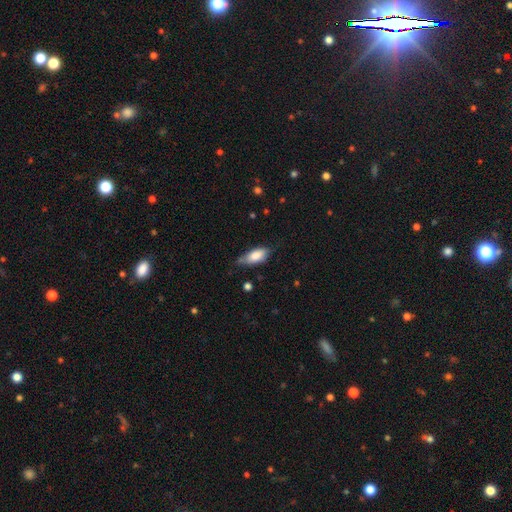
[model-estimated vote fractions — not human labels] smooth-or-featured: smooth: 80% | featured or disk: 14% | star or artifact: 6%
  how-rounded: in between: 83% | cigar-shaped: 14% | round: 2%
  merging: none: 58% | minor disturbance: 34% | major disturbance: 6% | merger: 2%